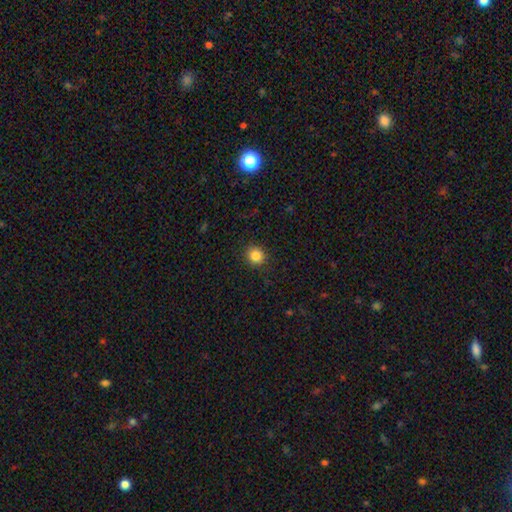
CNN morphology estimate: Q: Smooth or featured?
A: smooth (85%); runner-up: star or artifact (11%)
Q: How rounded?
A: round (85%); runner-up: in between (14%)
Q: Merging?
A: none (90%); runner-up: minor disturbance (7%)